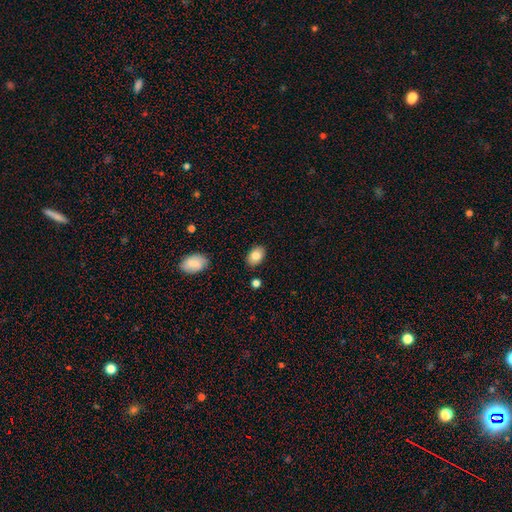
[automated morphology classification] Smooth or featured? Predicted: smooth (p=0.82). How rounded? Predicted: in between (p=0.88). Merging? Predicted: none (p=0.86).